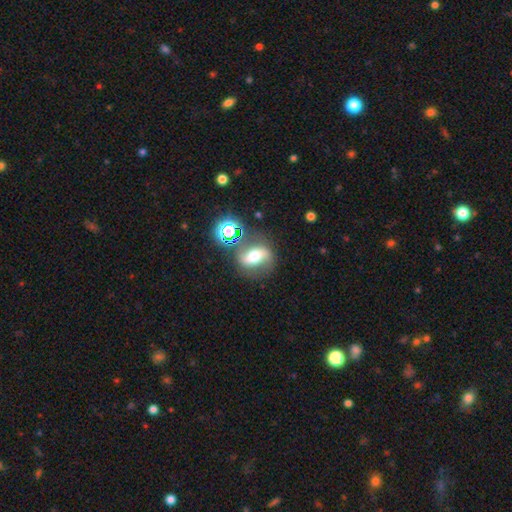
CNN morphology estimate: A featured or disk galaxy (56%).

Vote fractions:
- Smooth or featured? featured or disk: 56% / smooth: 30% / star or artifact: 14%
- Edge-on disk? no: 86% / yes: 14%
- Merging? none: 70% / minor disturbance: 15% / major disturbance: 8% / merger: 7%